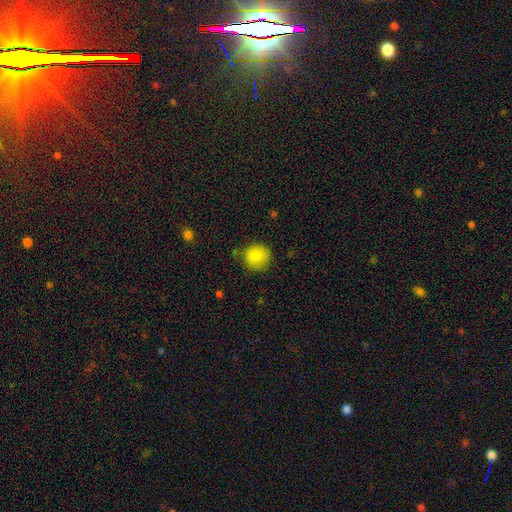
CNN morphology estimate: Smooth or featured? Predicted: smooth (p=0.84). How rounded? Predicted: round (p=0.91). Merging? Predicted: none (p=0.74).